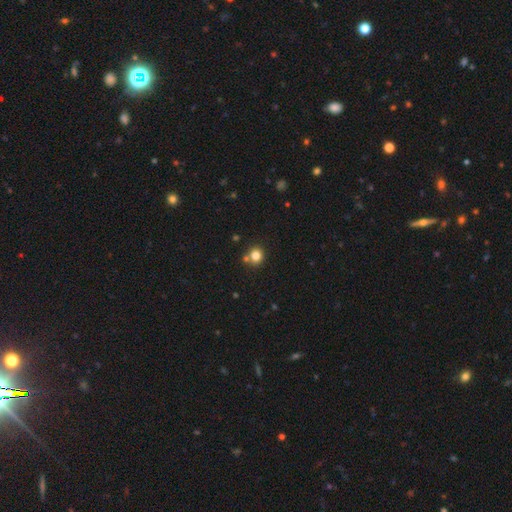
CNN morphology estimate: Smooth or featured: smooth — 80% (star or artifact — 13%)
How rounded: round — 88% (in between — 11%)
Merging: none — 72% (merger — 17%)